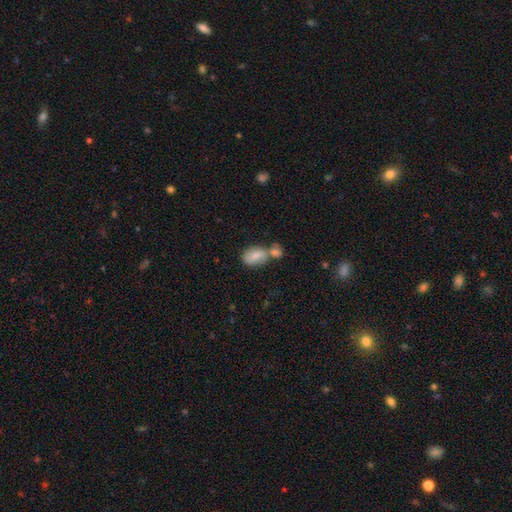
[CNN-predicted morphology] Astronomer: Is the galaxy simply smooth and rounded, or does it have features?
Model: smooth — 76%.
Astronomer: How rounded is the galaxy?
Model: in between — 82%.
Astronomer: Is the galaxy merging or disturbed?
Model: merger — 55%.